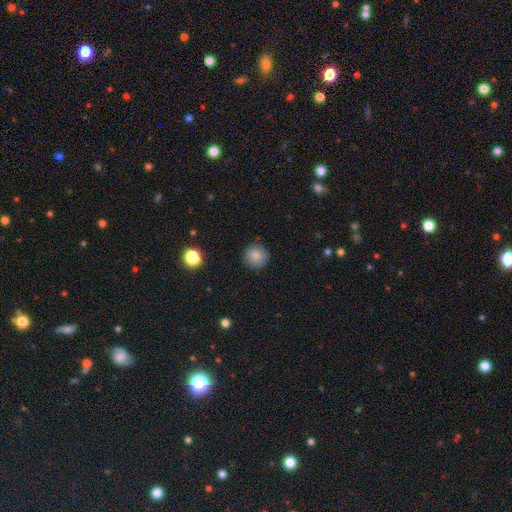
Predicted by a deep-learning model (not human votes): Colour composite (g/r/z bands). It shows a smooth galaxy with no disk features (86%) that is round (94%). Merging: none (89%).